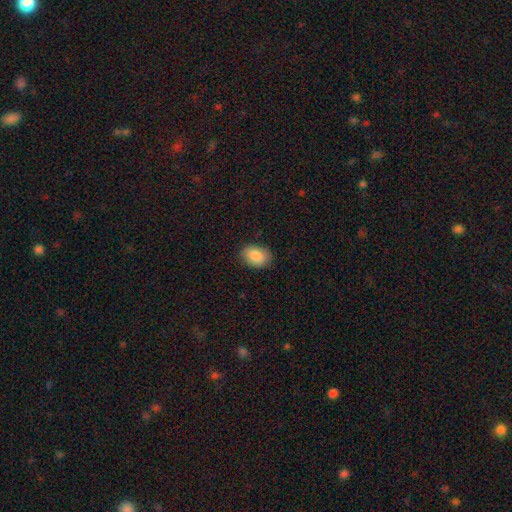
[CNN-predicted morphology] A smooth galaxy with no disk features (87%) that is in between round and cigar-shaped (79%).

Vote fractions:
- Smooth or featured? smooth: 87% / star or artifact: 7% / featured or disk: 6%
- How rounded? in between: 79% / round: 20% / cigar-shaped: 1%
- Merging? none: 85% / minor disturbance: 12% / major disturbance: 3% / merger: 1%